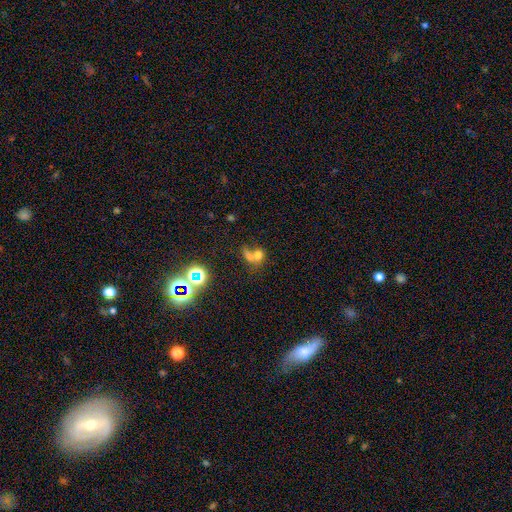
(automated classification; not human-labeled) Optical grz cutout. It shows a smooth galaxy with no disk features (61%) that is round (56%). Merging: merger (64%).